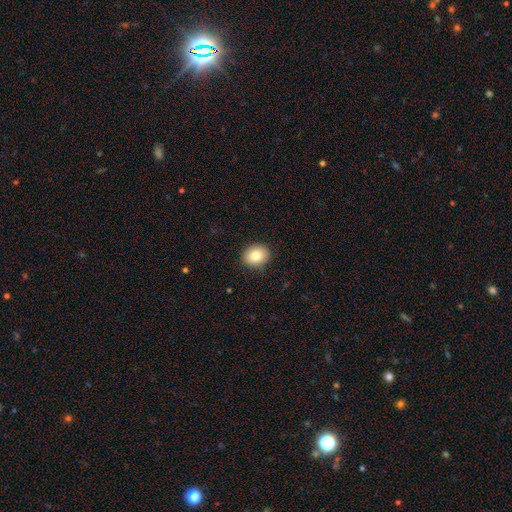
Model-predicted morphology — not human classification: smooth 84%, star or artifact 9%, featured or disk 8%. Down the decision tree: how rounded — round (58%); merging — none (89%).